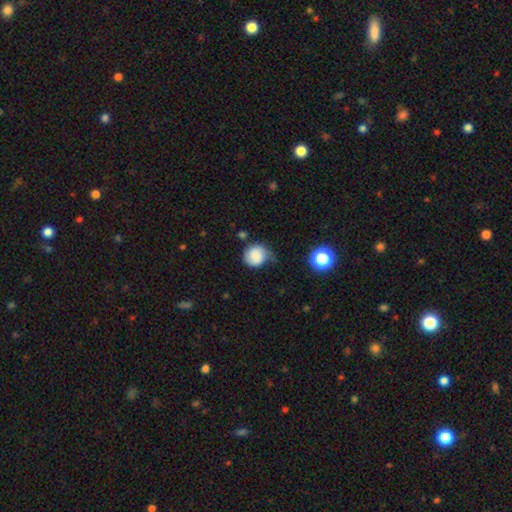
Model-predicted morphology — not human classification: smooth-or-featured: smooth: 69% | featured or disk: 22% | star or artifact: 9%
  how-rounded: round: 84% | in between: 15% | cigar-shaped: 1%
  merging: none: 49% | minor disturbance: 35% | major disturbance: 13% | merger: 4%